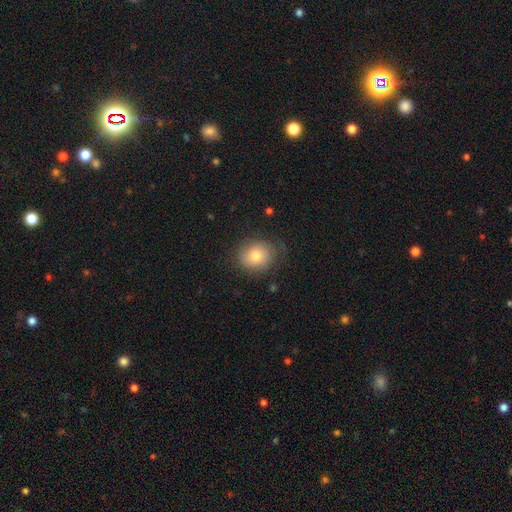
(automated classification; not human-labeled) smooth-or-featured: smooth: 76% | featured or disk: 14% | star or artifact: 10%
  how-rounded: round: 72% | in between: 27% | cigar-shaped: 1%
  merging: none: 74% | minor disturbance: 19% | major disturbance: 6% | merger: 1%